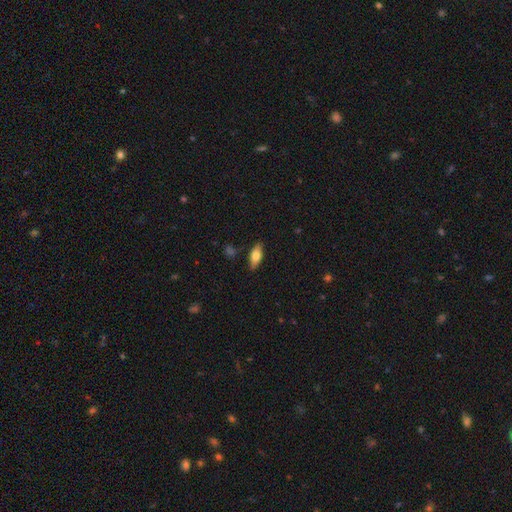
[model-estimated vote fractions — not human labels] smooth_or_featured: smooth (p=0.72) [alt: featured or disk p=0.21]
how_rounded: in between (p=0.80) [alt: cigar-shaped p=0.17]
merging: none (p=0.85) [alt: minor disturbance p=0.11]